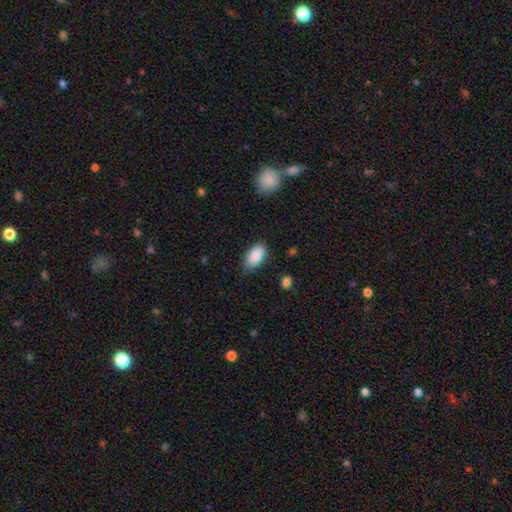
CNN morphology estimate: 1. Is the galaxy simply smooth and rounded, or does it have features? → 88% smooth, 7% star or artifact, 5% featured or disk.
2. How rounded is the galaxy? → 94% in between, 4% round, 3% cigar-shaped.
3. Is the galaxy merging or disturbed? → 72% none, 23% minor disturbance, 4% major disturbance, 1% merger.